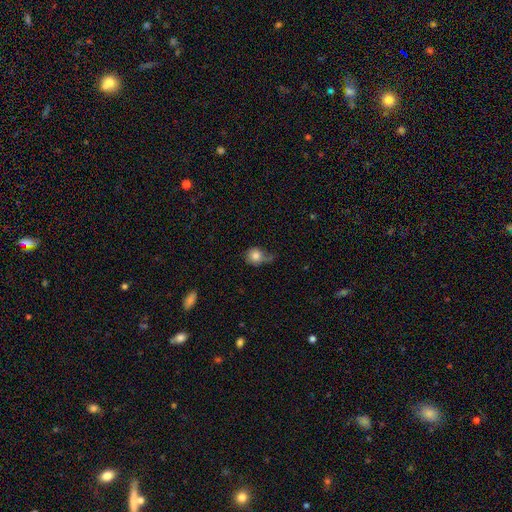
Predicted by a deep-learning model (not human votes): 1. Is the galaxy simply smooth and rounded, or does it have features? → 80% smooth, 11% featured or disk, 9% star or artifact.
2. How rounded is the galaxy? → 79% round, 20% in between, 1% cigar-shaped.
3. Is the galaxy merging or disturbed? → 41% none, 31% minor disturbance, 19% major disturbance, 9% merger.